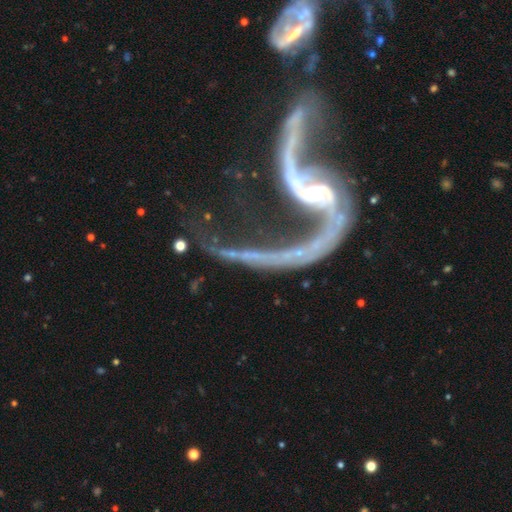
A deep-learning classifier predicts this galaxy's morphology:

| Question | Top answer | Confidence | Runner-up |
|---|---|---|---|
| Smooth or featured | featured or disk | 92% | star or artifact (5%) |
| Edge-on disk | no | 95% | yes (5%) |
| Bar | no | 44% | weak (32%) |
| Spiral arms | yes | 95% | no (5%) |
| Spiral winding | loose | 86% | medium (10%) |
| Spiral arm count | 2 | 90% | 1 (3%) |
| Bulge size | small | 66% | moderate (26%) |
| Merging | none | 39% | major disturbance (30%) |